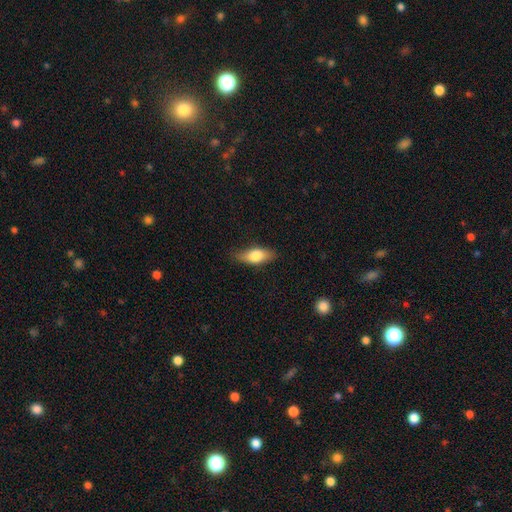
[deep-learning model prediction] Q: Smooth or featured?
A: smooth (72%); runner-up: featured or disk (22%)
Q: How rounded?
A: in between (76%); runner-up: cigar-shaped (21%)
Q: Merging?
A: none (80%); runner-up: minor disturbance (16%)